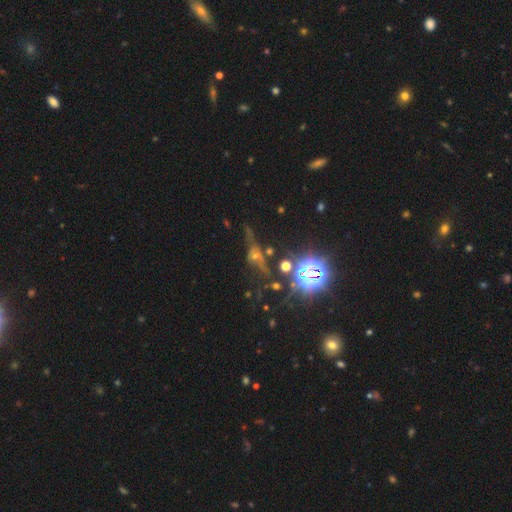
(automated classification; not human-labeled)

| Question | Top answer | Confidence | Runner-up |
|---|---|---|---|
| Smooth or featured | star or artifact | 52% | featured or disk (32%) |